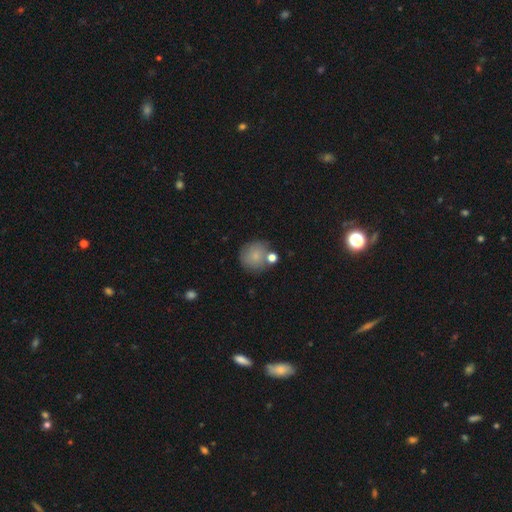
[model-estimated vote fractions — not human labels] smooth_or_featured: smooth (p=0.81) [alt: featured or disk p=0.11]
how_rounded: round (p=0.91) [alt: in between p=0.08]
merging: none (p=0.66) [alt: merger p=0.16]